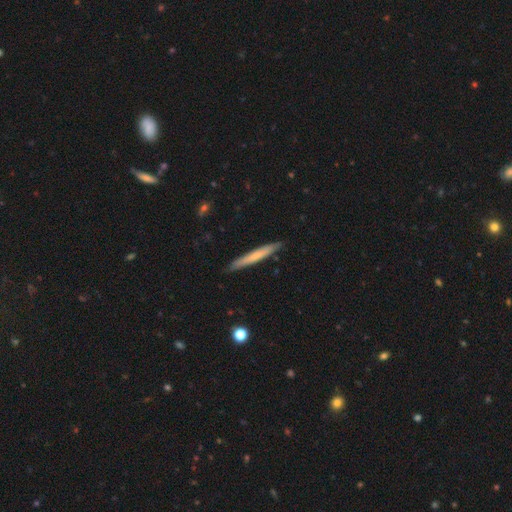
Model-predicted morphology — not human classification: This is possibly a smooth galaxy (59%). How rounded: clearly cigar-shaped (96%). Merging: clearly none (89%).